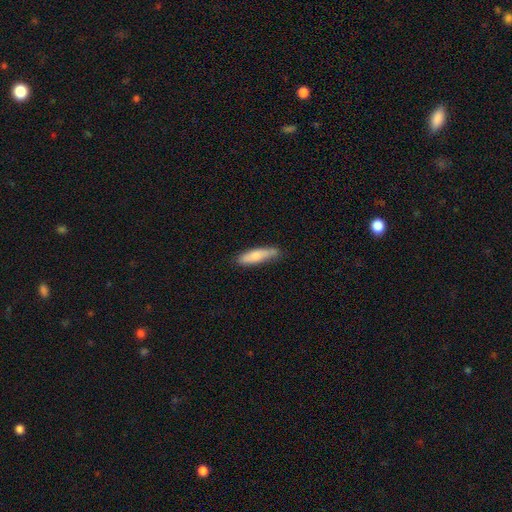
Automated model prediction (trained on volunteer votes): Smooth or featured?
  - smooth: 74% *
  - featured or disk: 20%
  - star or artifact: 6%
How rounded?
  - cigar-shaped: 70% *
  - in between: 28%
  - round: 2%
Merging?
  - none: 73% *
  - minor disturbance: 22%
  - major disturbance: 3%
  - merger: 2%